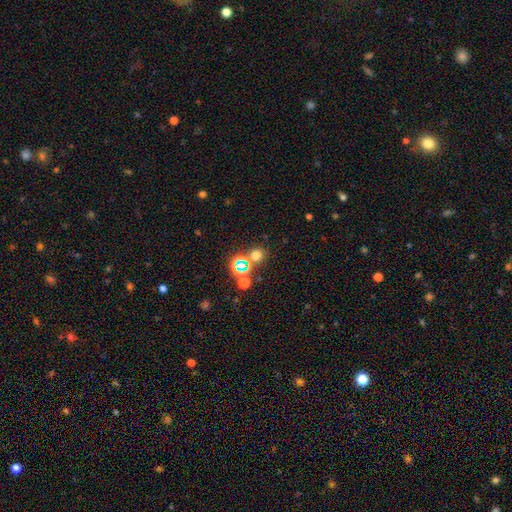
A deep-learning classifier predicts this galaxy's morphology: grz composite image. It shows a smooth galaxy with no disk features (60%) that is round (85%). Merging: none (72%).